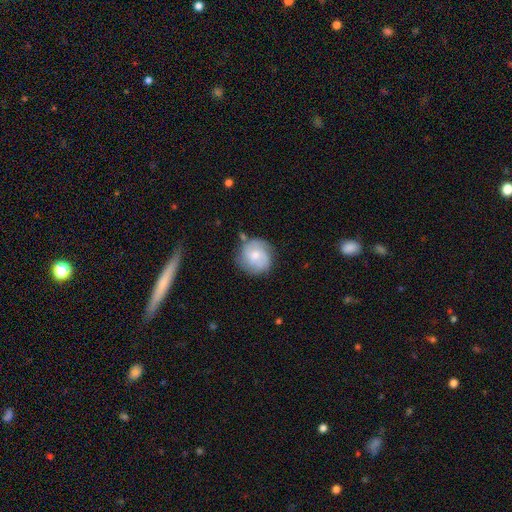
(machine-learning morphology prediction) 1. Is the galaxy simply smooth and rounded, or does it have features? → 49% smooth, 44% featured or disk, 7% star or artifact.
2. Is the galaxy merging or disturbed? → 71% none, 19% minor disturbance, 6% major disturbance, 5% merger.